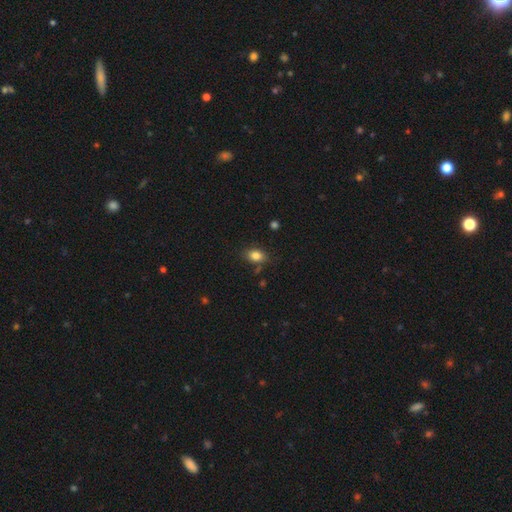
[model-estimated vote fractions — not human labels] A smooth galaxy with no disk features (83%) that is in between round and cigar-shaped (76%).

Vote fractions:
- Smooth or featured? smooth: 83% / star or artifact: 10% / featured or disk: 7%
- How rounded? in between: 76% / round: 23% / cigar-shaped: 2%
- Merging? none: 77% / minor disturbance: 15% / merger: 4% / major disturbance: 4%